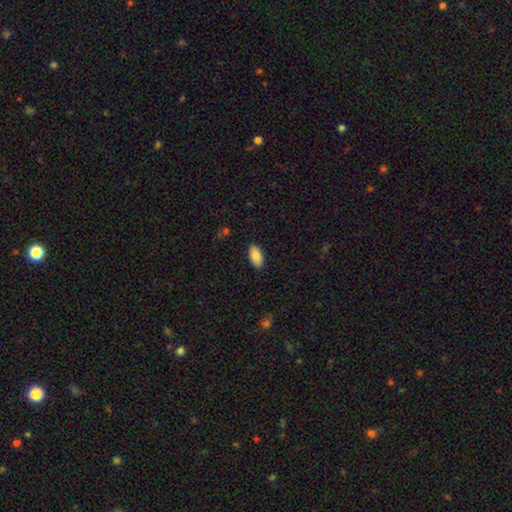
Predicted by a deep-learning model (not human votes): This is clearly a smooth galaxy (85%). How rounded: clearly in between (94%). Merging: clearly none (88%).